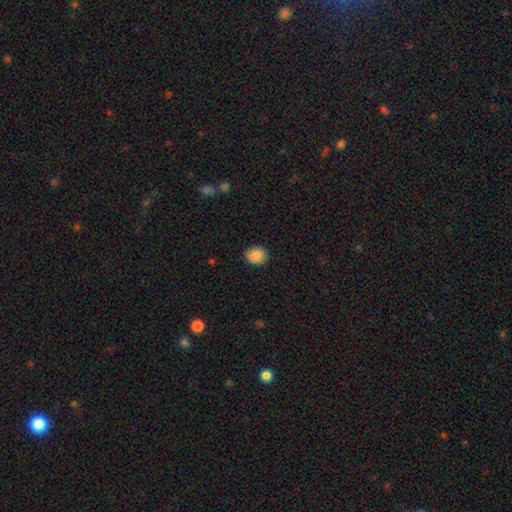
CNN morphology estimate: A smooth galaxy with no disk features (86%) that is round (63%).

Vote fractions:
- Smooth or featured? smooth: 86% / star or artifact: 9% / featured or disk: 6%
- How rounded? round: 63% / in between: 36% / cigar-shaped: 1%
- Merging? none: 81% / minor disturbance: 15% / major disturbance: 3% / merger: 2%